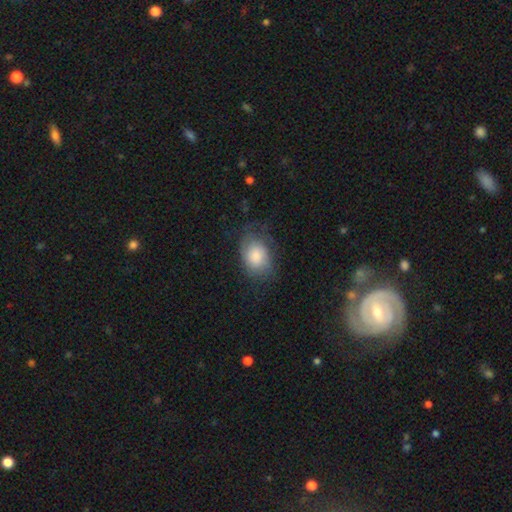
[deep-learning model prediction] A smooth galaxy with no disk features (69%) that is in between round and cigar-shaped (71%).

Vote fractions:
- Smooth or featured? smooth: 69% / featured or disk: 23% / star or artifact: 9%
- How rounded? in between: 71% / round: 28% / cigar-shaped: 1%
- Merging? none: 59% / minor disturbance: 26% / major disturbance: 14% / merger: 1%